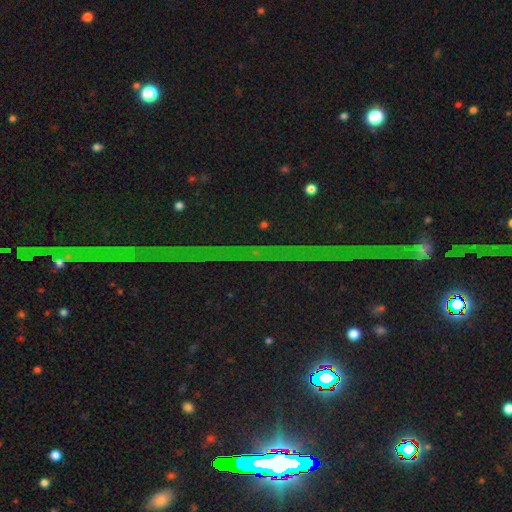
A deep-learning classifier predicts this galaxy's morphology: A star or artifact, not a galaxy (82%).